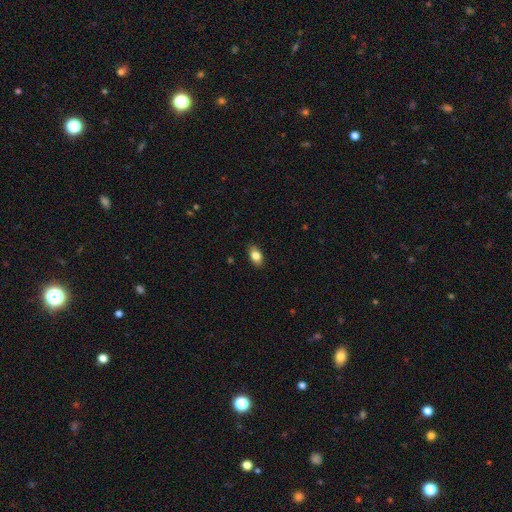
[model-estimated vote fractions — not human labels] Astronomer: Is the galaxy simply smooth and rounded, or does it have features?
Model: smooth — 82%.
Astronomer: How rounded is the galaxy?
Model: in between — 88%.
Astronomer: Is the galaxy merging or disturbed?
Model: none — 87%.